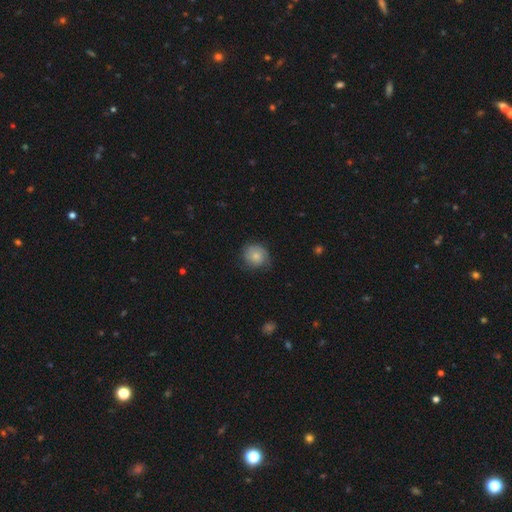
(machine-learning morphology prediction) Smooth or featured? smooth (71%)
How rounded? round (85%)
Merging? none (67%)